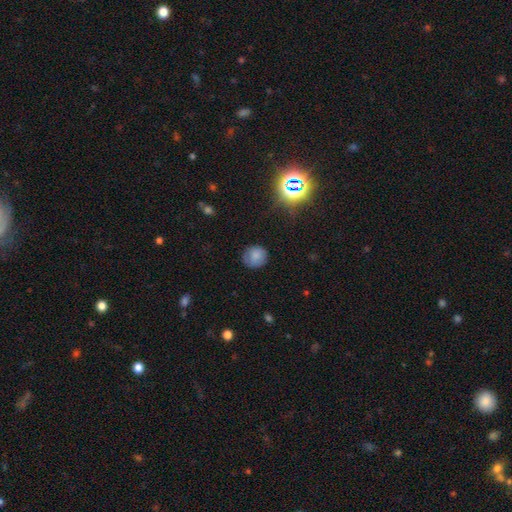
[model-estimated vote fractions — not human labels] The model was most divided on "merging": none: 79%, minor disturbance: 16%, major disturbance: 4%, merger: 1%. More confident: how rounded — round (87%); smooth or featured — smooth (79%).